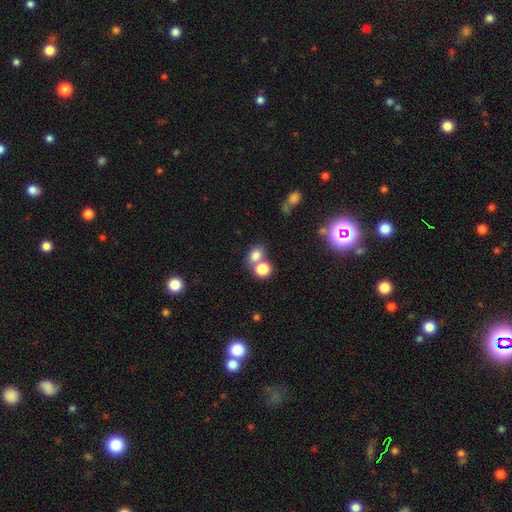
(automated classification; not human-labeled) A smooth galaxy with no disk features (78%) that is round (53%).

Vote fractions:
- Smooth or featured? smooth: 78% / star or artifact: 13% / featured or disk: 10%
- How rounded? round: 53% / in between: 46% / cigar-shaped: 1%
- Merging? merger: 48% / none: 40% / minor disturbance: 8% / major disturbance: 4%